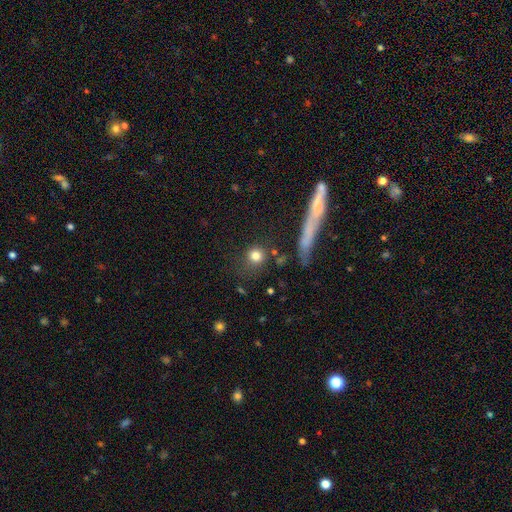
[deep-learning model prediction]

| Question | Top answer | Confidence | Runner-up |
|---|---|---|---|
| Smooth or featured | smooth | 80% | star or artifact (11%) |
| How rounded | round | 86% | in between (10%) |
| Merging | none | 74% | minor disturbance (12%) |